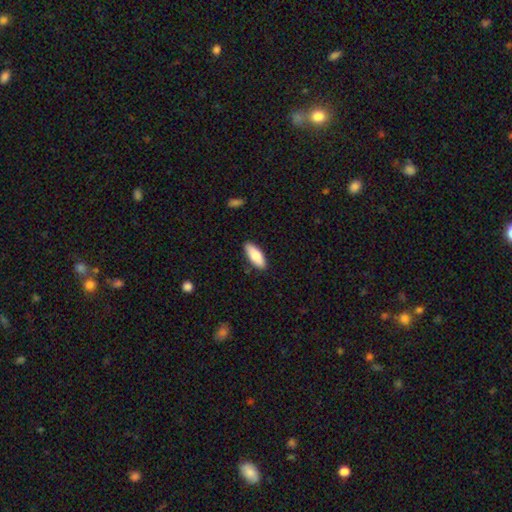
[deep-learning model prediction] This is clearly a smooth galaxy (82%). How rounded: likely in between (72%). Merging: clearly none (88%).